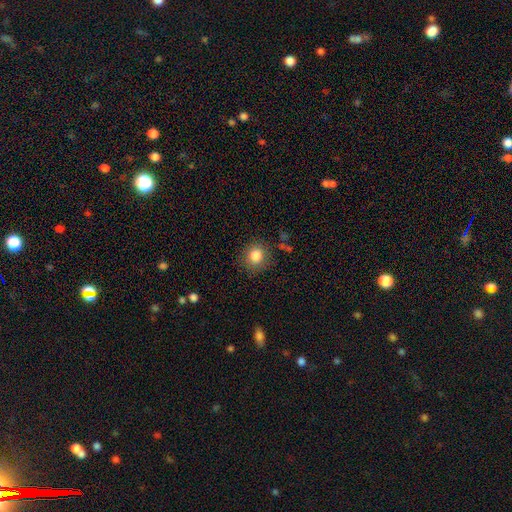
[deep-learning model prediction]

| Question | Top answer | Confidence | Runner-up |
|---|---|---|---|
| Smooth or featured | smooth | 84% | star or artifact (10%) |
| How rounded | round | 85% | in between (14%) |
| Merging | none | 84% | minor disturbance (11%) |